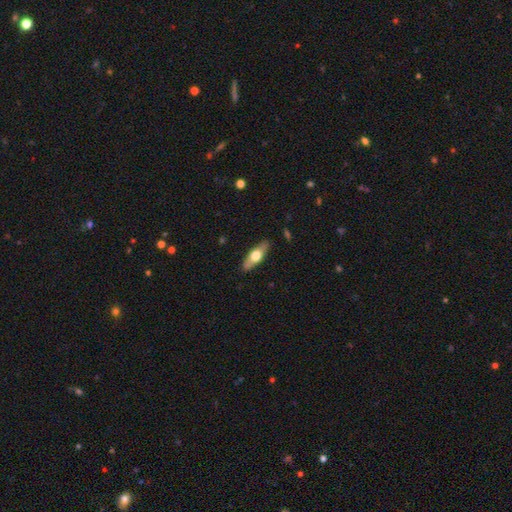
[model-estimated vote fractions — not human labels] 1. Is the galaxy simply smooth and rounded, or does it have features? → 53% smooth, 42% featured or disk, 5% star or artifact.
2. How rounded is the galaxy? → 60% in between, 37% cigar-shaped, 3% round.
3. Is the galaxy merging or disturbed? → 87% none, 10% minor disturbance, 2% major disturbance, 1% merger.